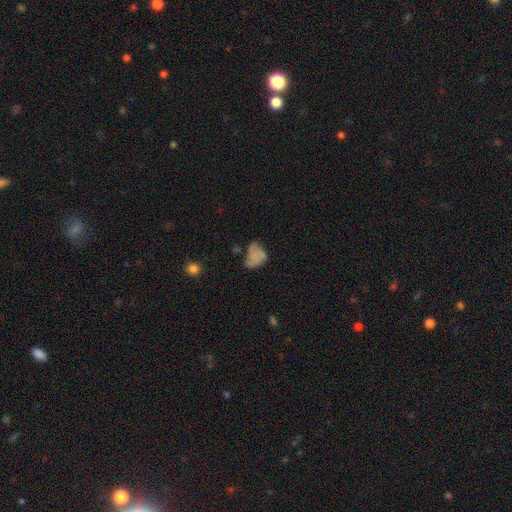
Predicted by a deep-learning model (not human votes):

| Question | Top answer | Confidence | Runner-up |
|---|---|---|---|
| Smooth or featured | smooth | 50% | featured or disk (37%) |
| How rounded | in between | 75% | round (24%) |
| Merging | none | 34% | major disturbance (30%) |